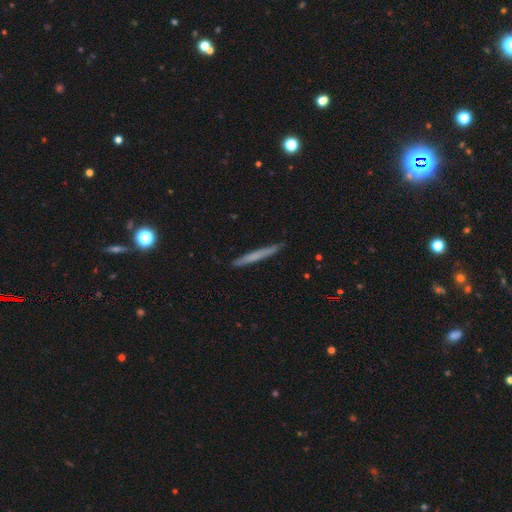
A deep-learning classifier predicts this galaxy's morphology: A smooth galaxy with no disk features (60%) that is cigar-shaped (97%).

Vote fractions:
- Smooth or featured? smooth: 60% / featured or disk: 33% / star or artifact: 7%
- How rounded? cigar-shaped: 97% / in between: 2% / round: 1%
- Merging? none: 90% / minor disturbance: 7% / major disturbance: 1% / merger: 1%